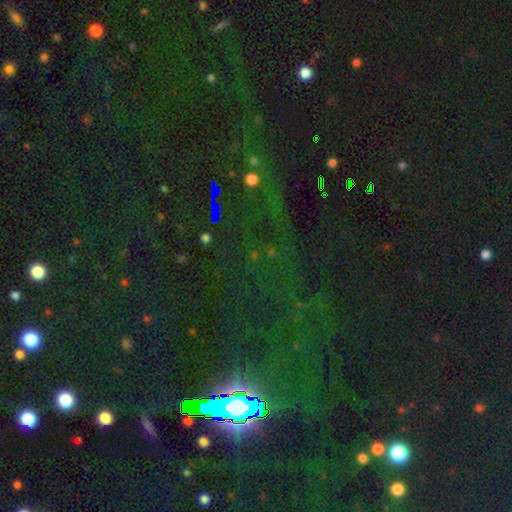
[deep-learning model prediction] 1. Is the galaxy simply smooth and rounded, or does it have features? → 81% star or artifact, 11% smooth, 8% featured or disk.